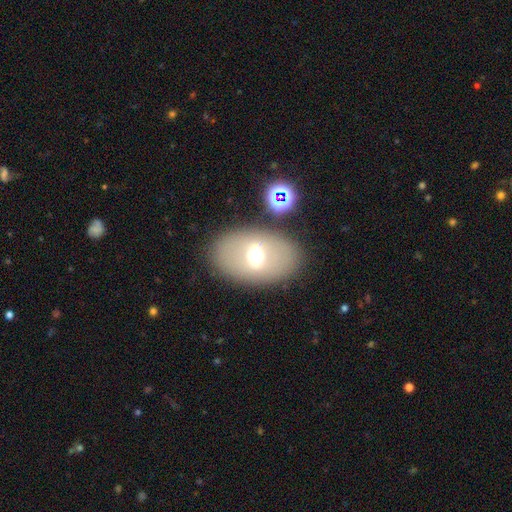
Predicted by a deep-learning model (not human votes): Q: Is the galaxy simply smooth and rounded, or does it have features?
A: smooth — 51%.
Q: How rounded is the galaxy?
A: in between — 85%.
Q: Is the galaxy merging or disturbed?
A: none — 81%.